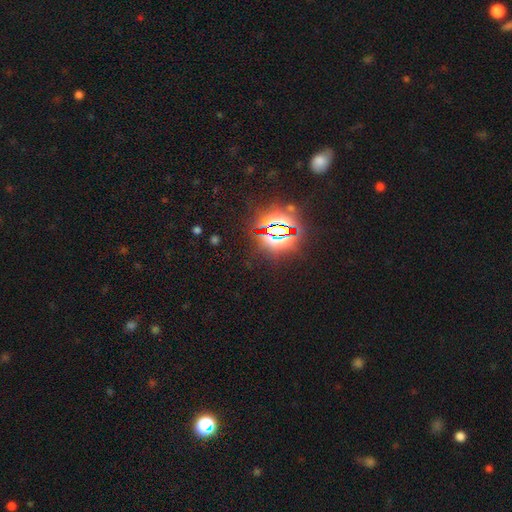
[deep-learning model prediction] smooth_or_featured: star or artifact (p=0.82) [alt: smooth p=0.10]